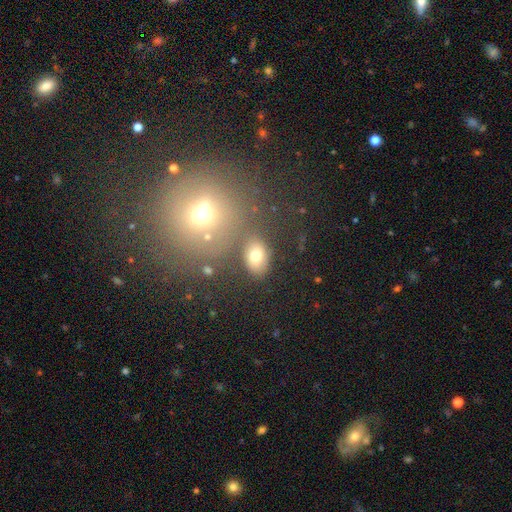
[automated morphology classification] Smooth or featured?
  - smooth: 73% *
  - star or artifact: 14%
  - featured or disk: 13%
How rounded?
  - in between: 79% *
  - round: 19%
  - cigar-shaped: 2%
Merging?
  - none: 75% *
  - minor disturbance: 12%
  - merger: 8%
  - major disturbance: 5%